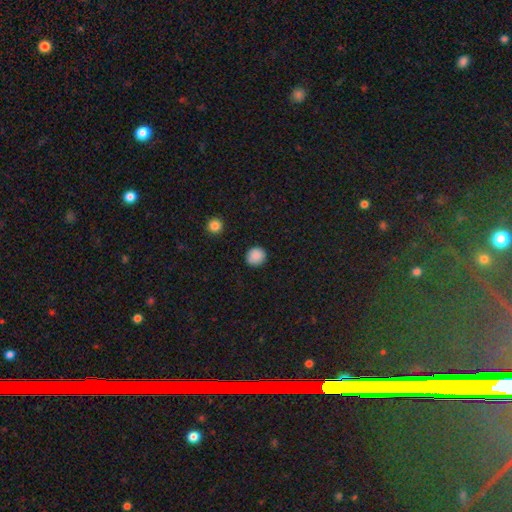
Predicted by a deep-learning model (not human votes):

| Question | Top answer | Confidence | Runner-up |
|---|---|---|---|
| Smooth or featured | smooth | 88% | star or artifact (9%) |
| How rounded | round | 89% | in between (10%) |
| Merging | none | 90% | minor disturbance (7%) |